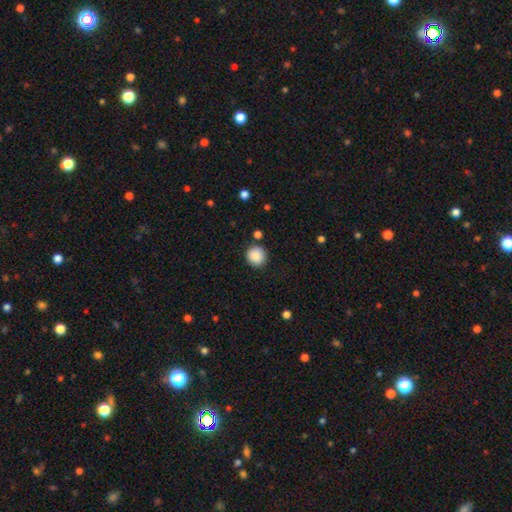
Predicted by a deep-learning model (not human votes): Smooth or featured? smooth (88%)
How rounded? round (91%)
Merging? none (85%)